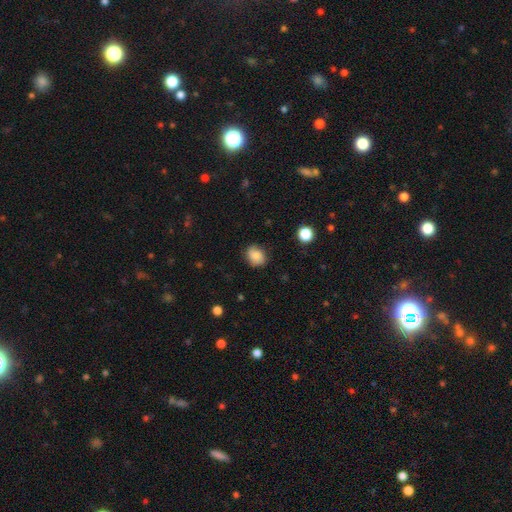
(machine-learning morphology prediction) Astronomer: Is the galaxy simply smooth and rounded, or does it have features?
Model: smooth — 83%.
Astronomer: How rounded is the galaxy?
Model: round — 56% (runner-up: in between, 43%).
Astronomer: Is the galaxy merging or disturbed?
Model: none — 79%.